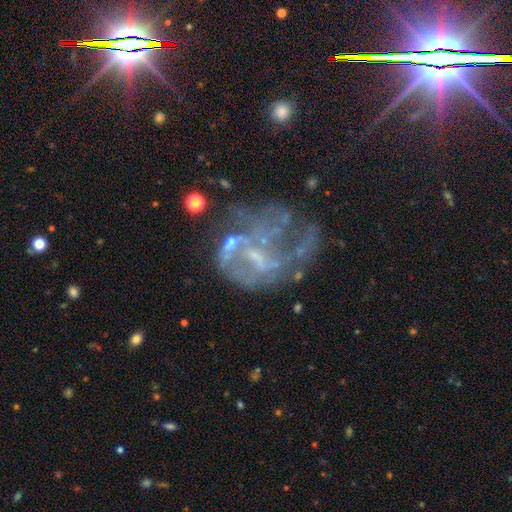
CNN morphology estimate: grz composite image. It shows a featured or disk galaxy (69%) with no bar (63%), no spiral arms (63%) and no central bulge (52%). Merging: major disturbance (41%).